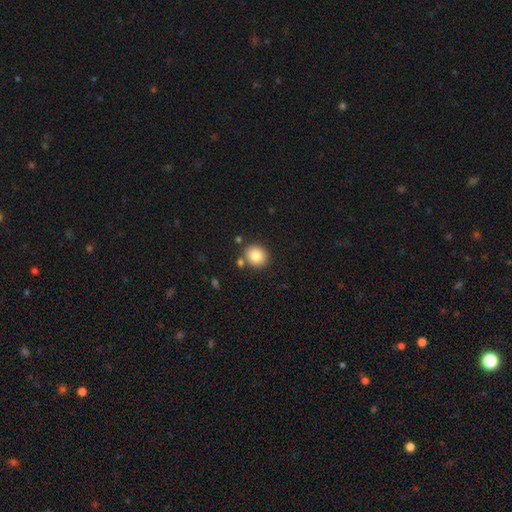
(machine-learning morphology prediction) Smooth or featured?
  - smooth: 84% *
  - star or artifact: 9%
  - featured or disk: 6%
How rounded?
  - round: 81% *
  - in between: 19%
  - cigar-shaped: 1%
Merging?
  - none: 80% *
  - merger: 9%
  - minor disturbance: 9%
  - major disturbance: 3%